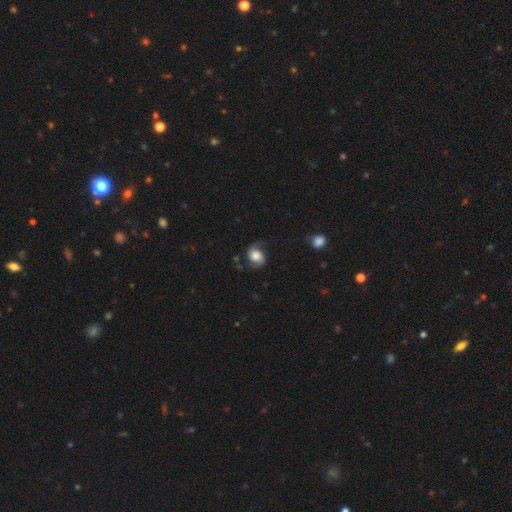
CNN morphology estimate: Overall: featured or disk (63%; smooth 28%). Edge-on disk: no (97%). Bar: no (66%; weak 27%). Spiral arms: yes (93%). Spiral arm count: 2 (88%). Spiral winding: loose (45%; medium 40%). Bulge size: large (44%; moderate 31%). Merging: none (64%).